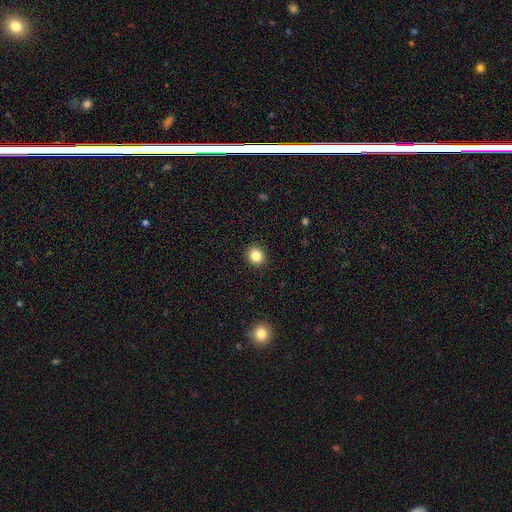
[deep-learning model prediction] A smooth galaxy with no disk features (84%) that is round (82%).

Vote fractions:
- Smooth or featured? smooth: 84% / star or artifact: 11% / featured or disk: 5%
- How rounded? round: 82% / in between: 17% / cigar-shaped: 1%
- Merging? none: 92% / minor disturbance: 5% / major disturbance: 2% / merger: 1%